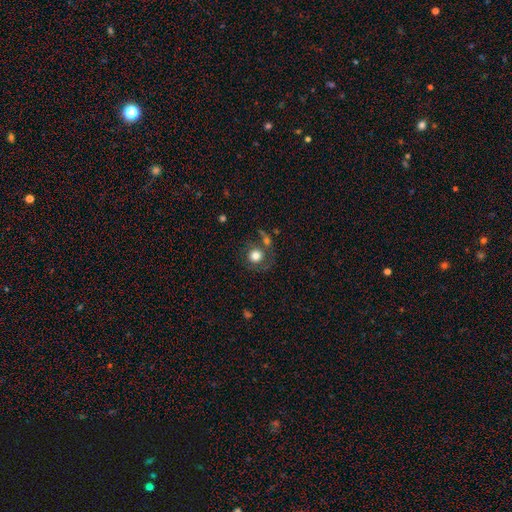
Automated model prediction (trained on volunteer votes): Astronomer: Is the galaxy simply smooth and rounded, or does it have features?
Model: smooth — 69%.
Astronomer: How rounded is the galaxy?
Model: round — 87%.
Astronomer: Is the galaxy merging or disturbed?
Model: none — 55%.